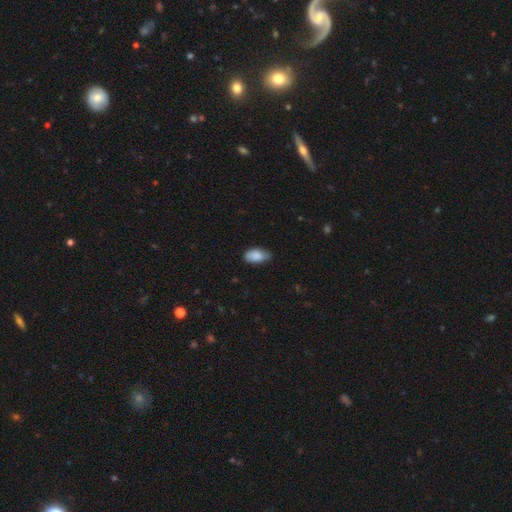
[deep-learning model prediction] Smooth or featured: smooth — 86% (featured or disk — 8%)
How rounded: in between — 94% (round — 4%)
Merging: none — 67% (minor disturbance — 28%)